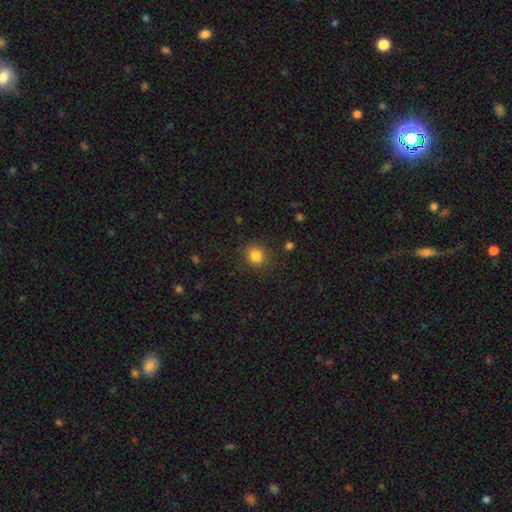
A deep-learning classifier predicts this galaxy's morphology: A smooth galaxy with no disk features (83%) that is round (81%). Merging: none (87%).